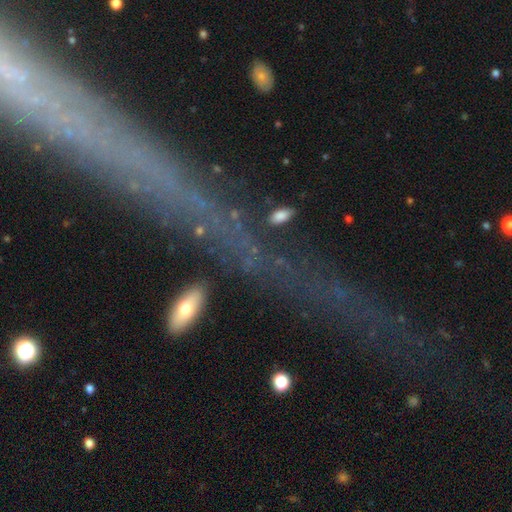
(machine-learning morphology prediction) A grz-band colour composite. It shows a featured or disk galaxy (36%). Merging: none (69%).